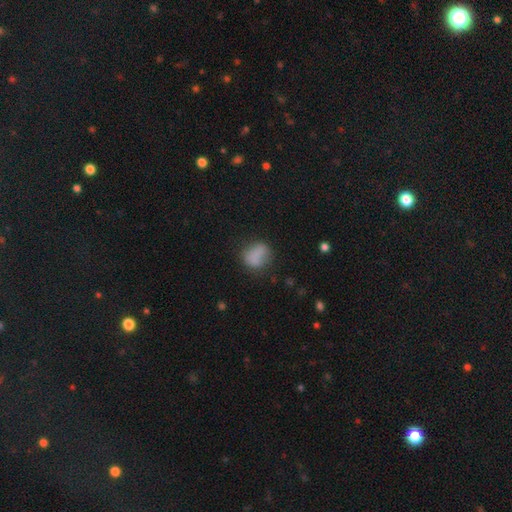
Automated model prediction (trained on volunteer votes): Smooth or featured? smooth (79%)
How rounded? round (53%)
Merging? none (59%)